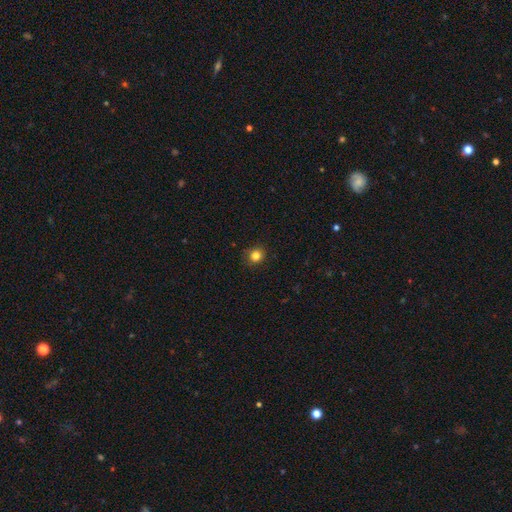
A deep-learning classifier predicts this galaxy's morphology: This is clearly a smooth galaxy (83%). How rounded: clearly round (85%). Merging: clearly none (89%).